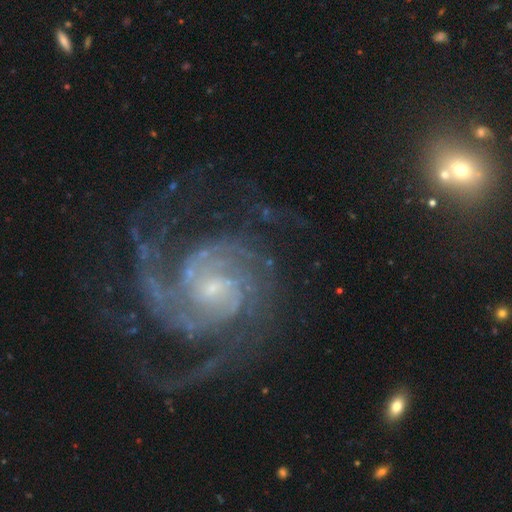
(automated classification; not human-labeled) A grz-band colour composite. It shows a featured or disk galaxy (92%) with no bar (52%), 2 (35%) tight (54%) spiral arms (98%) and a small central bulge (70%). Merging: none (69%).